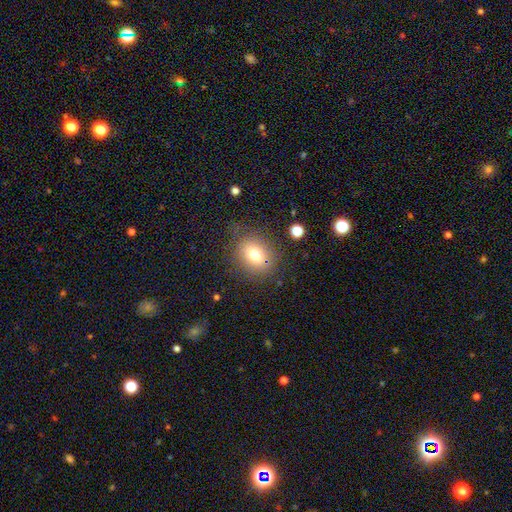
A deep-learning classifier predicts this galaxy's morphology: Smooth or featured? Predicted: smooth (p=0.74). How rounded? Predicted: round (p=0.53). Merging? Predicted: none (p=0.80).